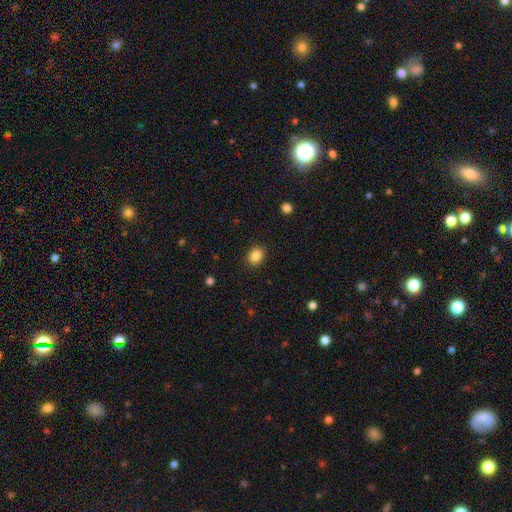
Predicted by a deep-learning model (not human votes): Morphology: type=smooth (86%); roundness=round (50%); merging=none (90%).